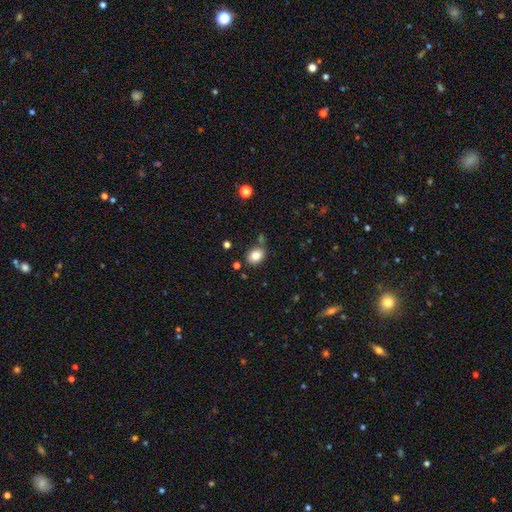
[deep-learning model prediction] smooth 82%, star or artifact 10%, featured or disk 8%. Down the decision tree: how rounded — in between (59%); merging — none (76%).